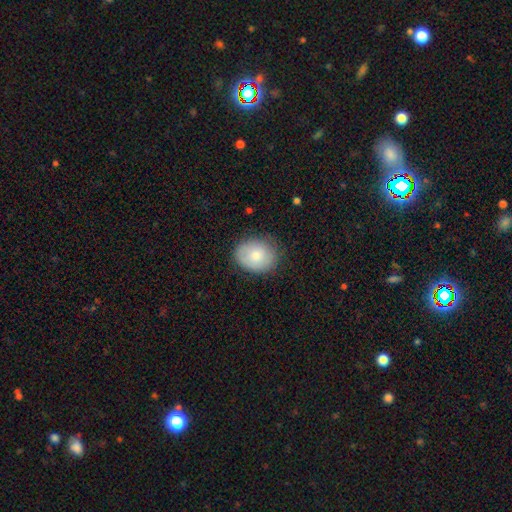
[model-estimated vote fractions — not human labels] Smooth or featured?
  - smooth: 77% *
  - featured or disk: 16%
  - star or artifact: 7%
How rounded?
  - round: 53% *
  - in between: 46%
  - cigar-shaped: 1%
Merging?
  - none: 78% *
  - minor disturbance: 17%
  - major disturbance: 4%
  - merger: 1%